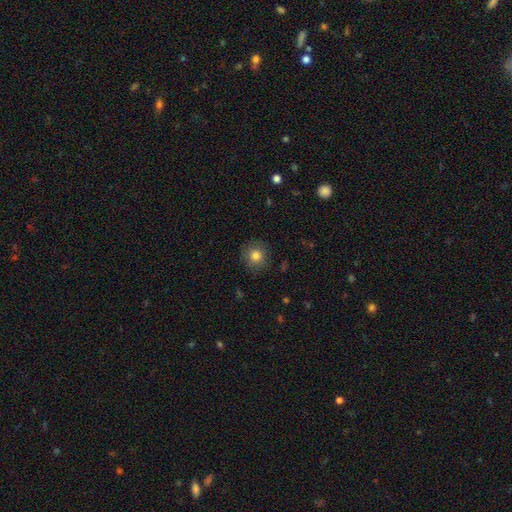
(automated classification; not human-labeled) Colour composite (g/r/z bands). It shows a smooth galaxy with no disk features (81%) that is round (93%). Merging: none (87%).